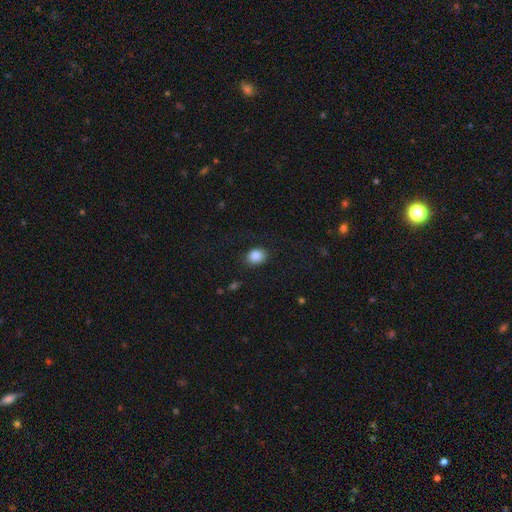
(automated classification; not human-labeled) smooth 88%, star or artifact 9%, featured or disk 4%. Down the decision tree: how rounded — in between (53%); merging — none (86%).